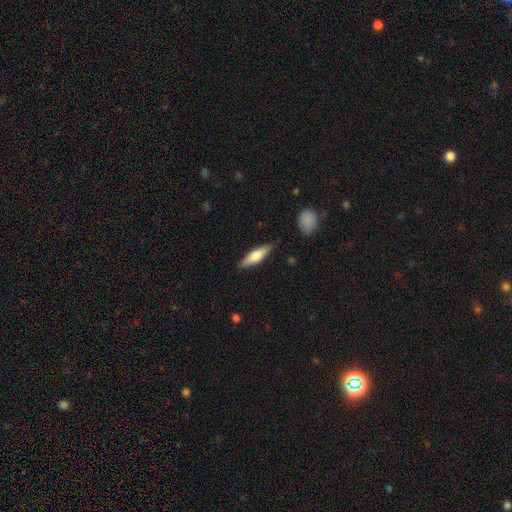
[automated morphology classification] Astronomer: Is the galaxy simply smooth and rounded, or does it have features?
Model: smooth — 56% (runner-up: featured or disk, 38%).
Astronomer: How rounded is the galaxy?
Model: cigar-shaped — 66%.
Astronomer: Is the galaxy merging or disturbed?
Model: none — 87%.